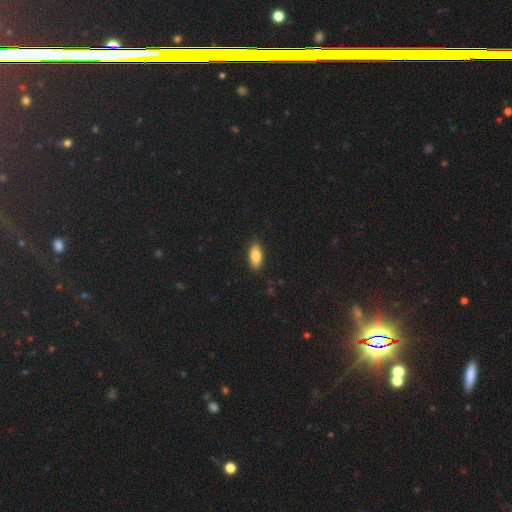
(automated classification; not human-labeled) Smooth or featured? smooth (84%)
How rounded? in between (87%)
Merging? none (87%)